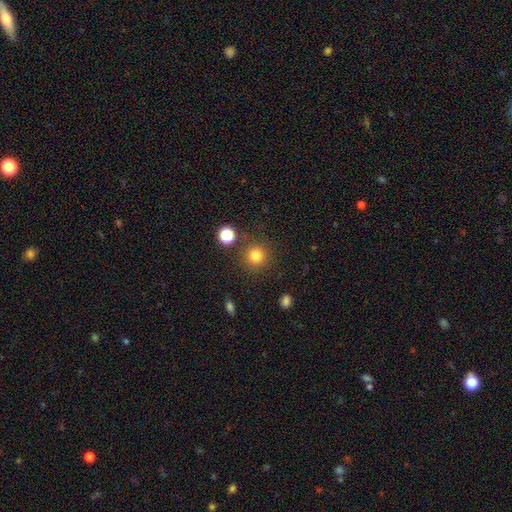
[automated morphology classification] Smooth or featured?
  - smooth: 80% *
  - star or artifact: 14%
  - featured or disk: 6%
How rounded?
  - round: 94% *
  - in between: 5%
  - cigar-shaped: 1%
Merging?
  - none: 85% *
  - minor disturbance: 7%
  - merger: 4%
  - major disturbance: 3%